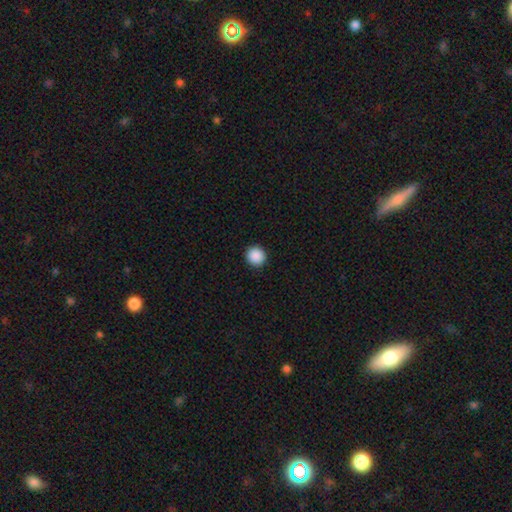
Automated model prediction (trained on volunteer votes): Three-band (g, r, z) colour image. It shows a smooth galaxy with no disk features (89%) that is round (95%). Merging: none (93%).